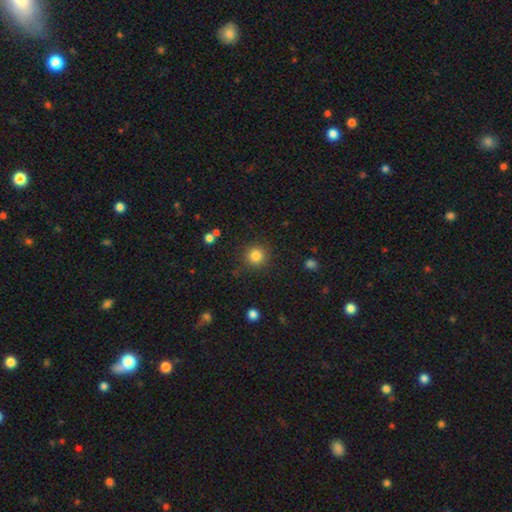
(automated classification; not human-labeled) Smooth or featured: smooth — 83% (star or artifact — 12%)
How rounded: round — 94% (in between — 5%)
Merging: none — 88% (minor disturbance — 7%)